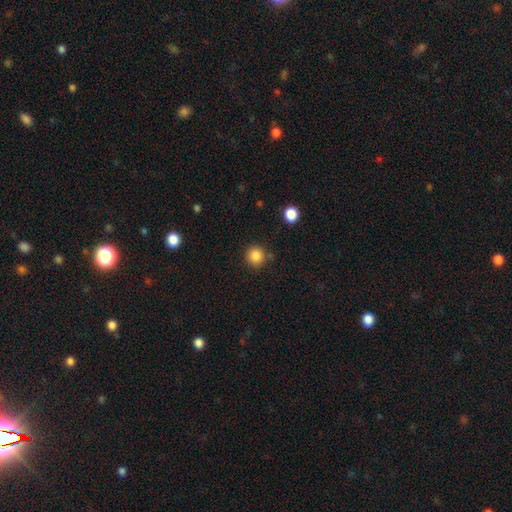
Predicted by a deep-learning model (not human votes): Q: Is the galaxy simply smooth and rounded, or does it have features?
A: smooth — 86%.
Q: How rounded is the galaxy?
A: round — 92%.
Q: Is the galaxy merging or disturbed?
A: none — 83%.